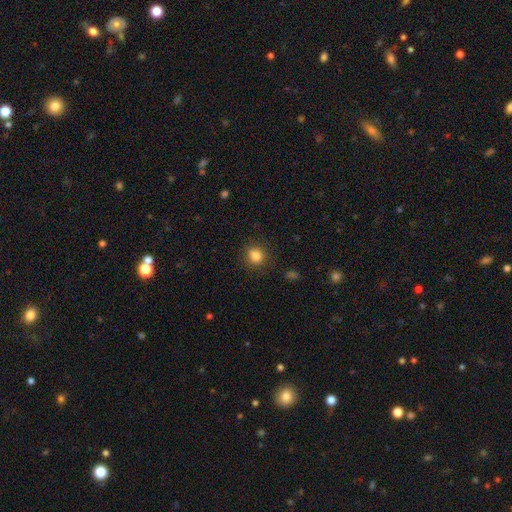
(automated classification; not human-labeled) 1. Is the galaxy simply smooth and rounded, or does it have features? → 84% smooth, 11% star or artifact, 5% featured or disk.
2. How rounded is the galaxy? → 84% round, 15% in between, 1% cigar-shaped.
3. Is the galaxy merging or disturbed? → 87% none, 9% minor disturbance, 3% major disturbance, 1% merger.